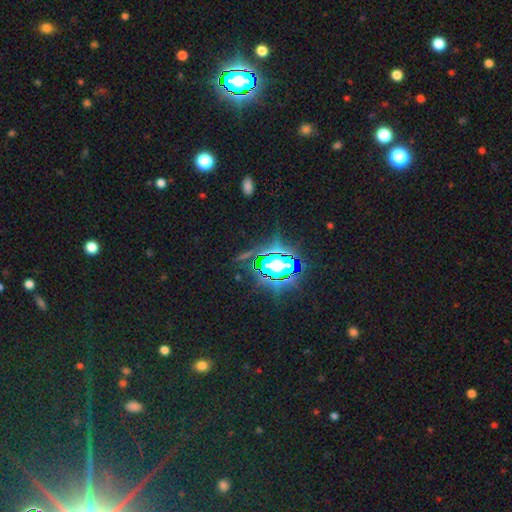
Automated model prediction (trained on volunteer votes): The model was most divided on "smooth or featured": star or artifact: 83%, smooth: 9%, featured or disk: 7%.